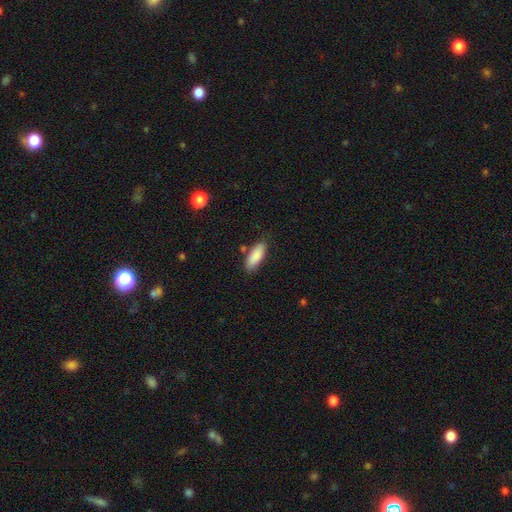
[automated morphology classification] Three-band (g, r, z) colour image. It shows a smooth galaxy with no disk features (88%) that is in between round and cigar-shaped (76%). Merging: none (80%).